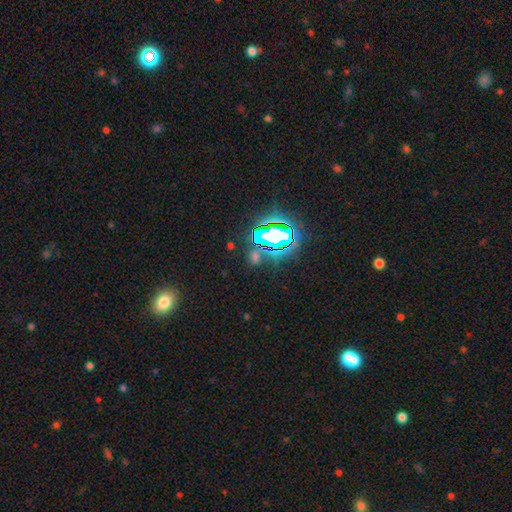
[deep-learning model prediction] star or artifact 63%, smooth 28%, featured or disk 9%.